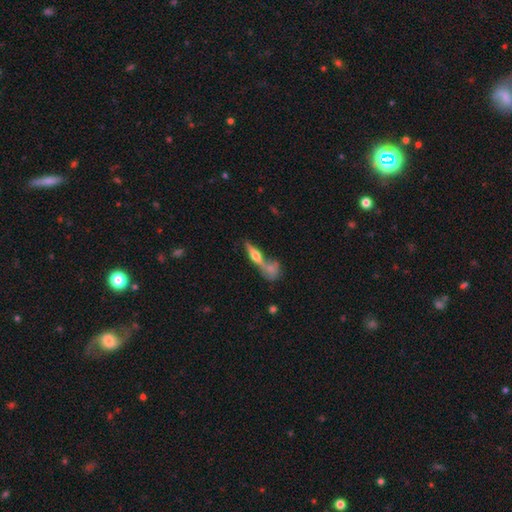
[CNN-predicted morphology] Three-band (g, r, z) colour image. It shows a featured or disk galaxy (62%) viewed edge-on (94%) with a rounded central bulge (93%). Merging: none (57%).